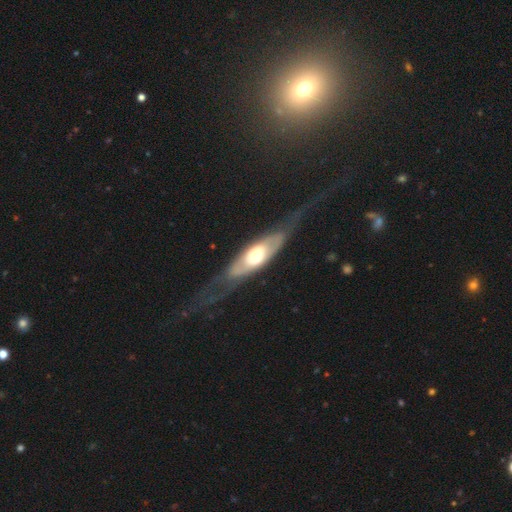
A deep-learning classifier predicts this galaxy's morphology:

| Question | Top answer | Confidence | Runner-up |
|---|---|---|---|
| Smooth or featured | featured or disk | 65% | smooth (30%) |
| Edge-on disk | no | 58% | yes (42%) |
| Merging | none | 57% | major disturbance (23%) |